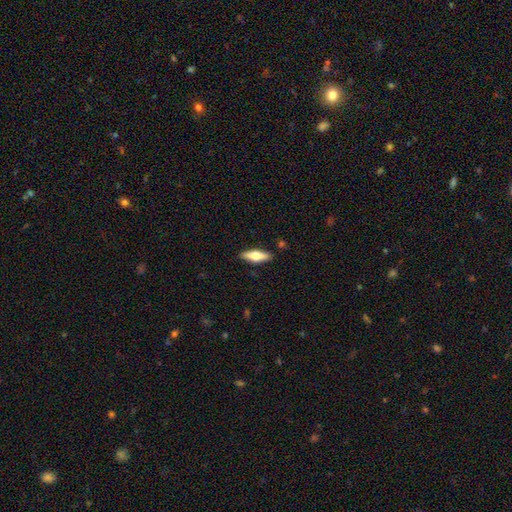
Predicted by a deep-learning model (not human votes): Smooth or featured: smooth — 51% (featured or disk — 43%)
How rounded: in between — 49% (cigar-shaped — 48%)
Merging: none — 89% (minor disturbance — 8%)